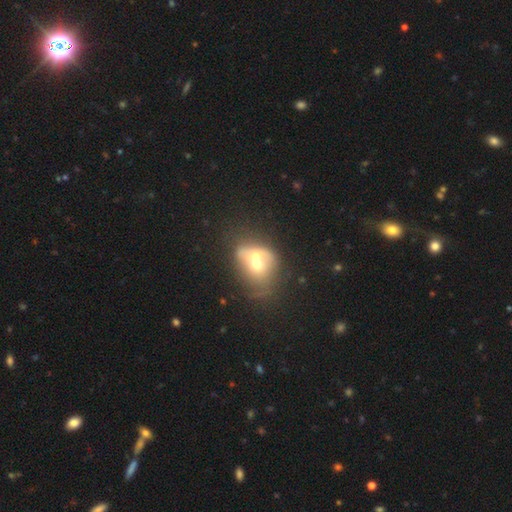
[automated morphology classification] smooth_or_featured: smooth (p=0.55) [alt: featured or disk p=0.34]
how_rounded: round (p=0.53) [alt: in between p=0.45]
merging: merger (p=0.67) [alt: none p=0.16]